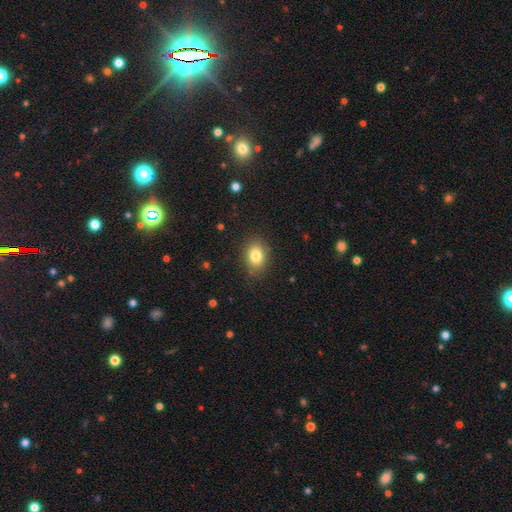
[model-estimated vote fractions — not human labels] smooth 81%, star or artifact 10%, featured or disk 9%. Down the decision tree: how rounded — in between (60%); merging — none (84%).